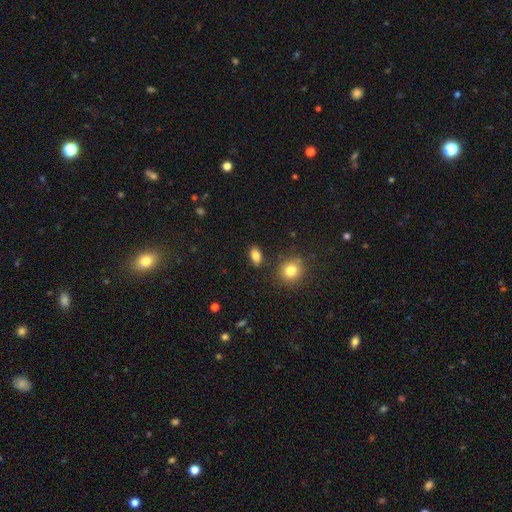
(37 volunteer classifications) smooth_or_featured: smooth (p=0.86) [alt: featured or disk p=0.08]
how_rounded: in between (p=0.88) [alt: round p=0.12]
merging: none (p=0.89) [alt: minor disturbance p=0.11]